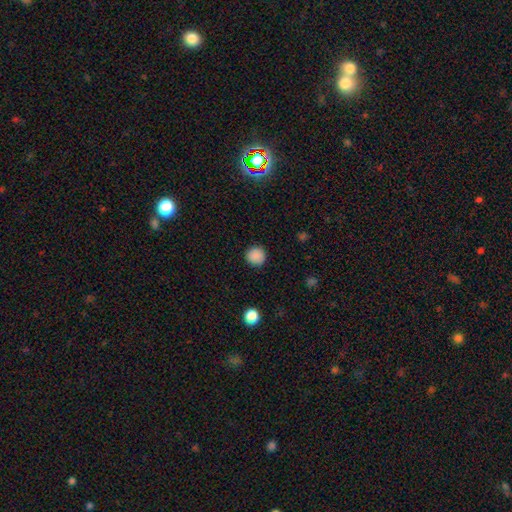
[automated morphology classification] type=smooth (88%); roundness=round (94%); merging=none (91%).